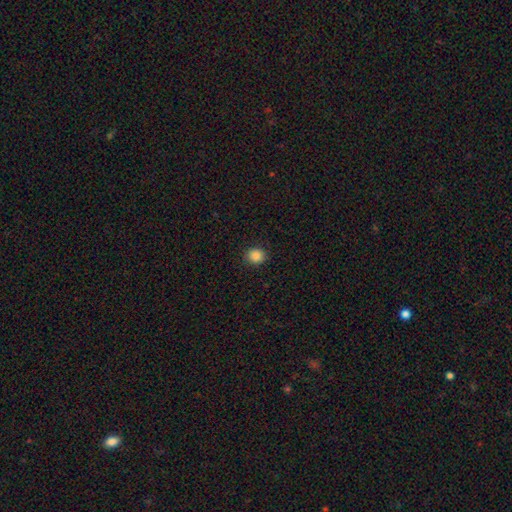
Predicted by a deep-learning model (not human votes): Smooth or featured: smooth — 85% (star or artifact — 11%)
How rounded: round — 80% (in between — 19%)
Merging: none — 90% (minor disturbance — 7%)